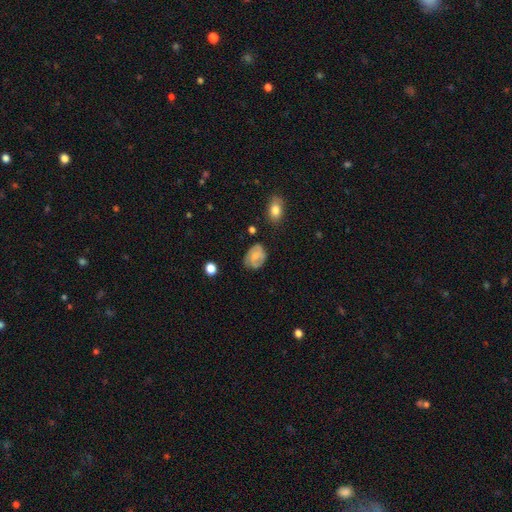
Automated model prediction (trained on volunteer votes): The model was most divided on "smooth or featured": smooth: 49%, featured or disk: 43%, star or artifact: 8%. More confident: merging — none (68%).